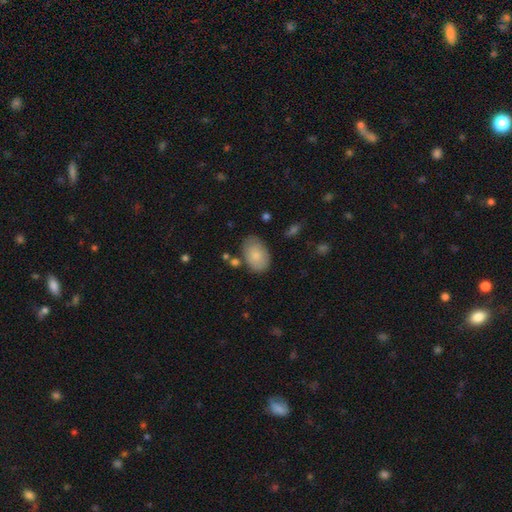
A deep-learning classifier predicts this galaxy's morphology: smooth-or-featured: smooth: 82% | featured or disk: 12% | star or artifact: 6%
  how-rounded: in between: 89% | round: 9% | cigar-shaped: 1%
  merging: none: 75% | minor disturbance: 17% | merger: 4% | major disturbance: 4%